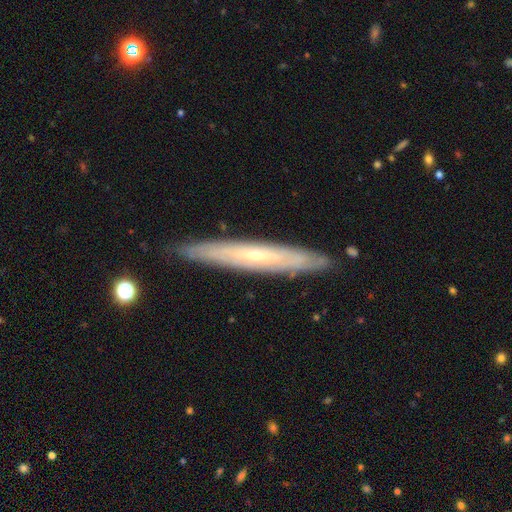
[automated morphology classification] smooth_or_featured: featured or disk (p=0.69) [alt: smooth p=0.25]
disk_edge_on: yes (p=0.76) [alt: no p=0.24]
edge_on_bulge: rounded (p=0.50) [alt: none p=0.47]
merging: none (p=0.87) [alt: minor disturbance p=0.10]